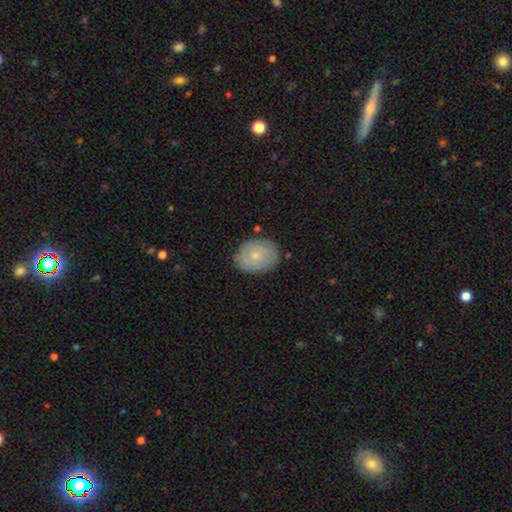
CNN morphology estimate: Smooth or featured: smooth — 56% (featured or disk — 37%)
How rounded: in between — 54% (round — 45%)
Merging: none — 83% (minor disturbance — 13%)